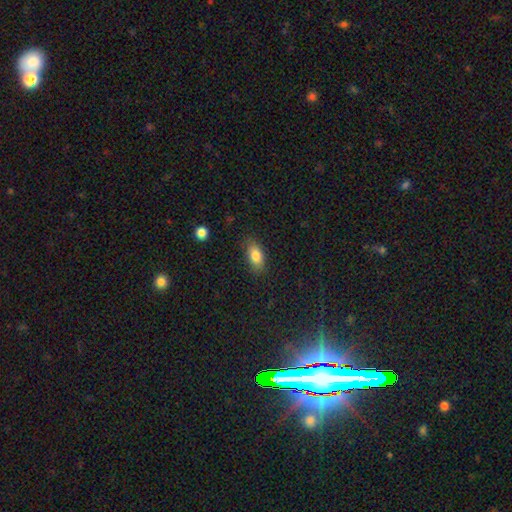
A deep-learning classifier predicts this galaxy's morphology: A smooth galaxy with no disk features (82%) that is in between round and cigar-shaped (88%). Merging: none (83%).